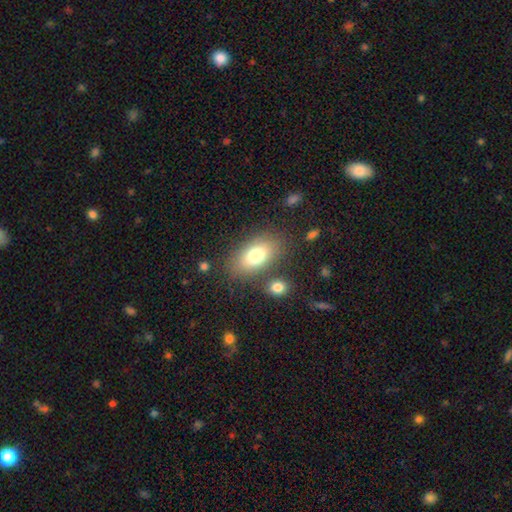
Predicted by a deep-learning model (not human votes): smooth 76%, featured or disk 15%, star or artifact 9%. Down the decision tree: how rounded — in between (89%); merging — none (78%).